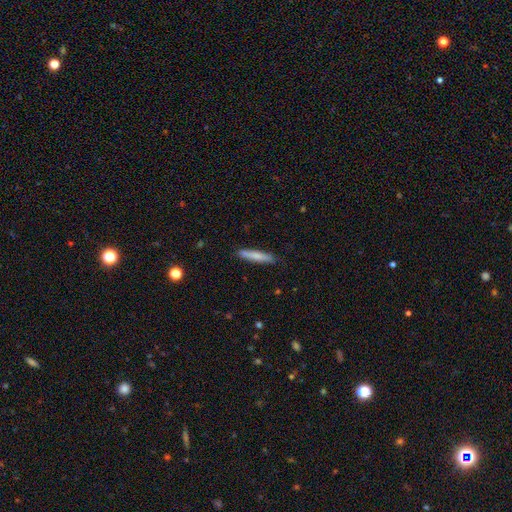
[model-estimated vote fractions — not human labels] Smooth or featured?
  - smooth: 73% *
  - featured or disk: 21%
  - star or artifact: 6%
How rounded?
  - cigar-shaped: 92% *
  - in between: 7%
  - round: 1%
Merging?
  - none: 88% *
  - minor disturbance: 9%
  - major disturbance: 2%
  - merger: 1%